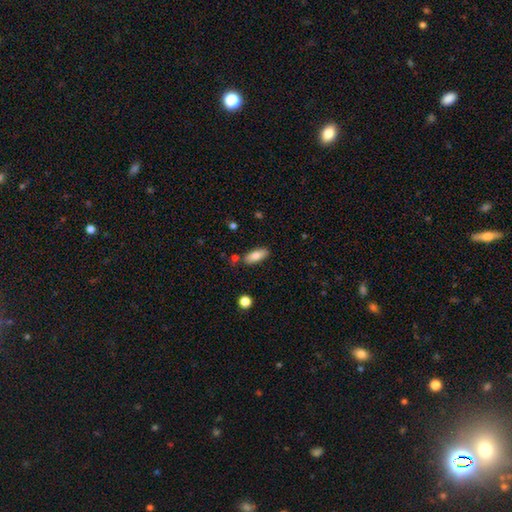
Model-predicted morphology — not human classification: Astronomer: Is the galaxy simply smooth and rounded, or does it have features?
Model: smooth — 81%.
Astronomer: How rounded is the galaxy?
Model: in between — 78%.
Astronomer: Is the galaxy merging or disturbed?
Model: none — 80%.